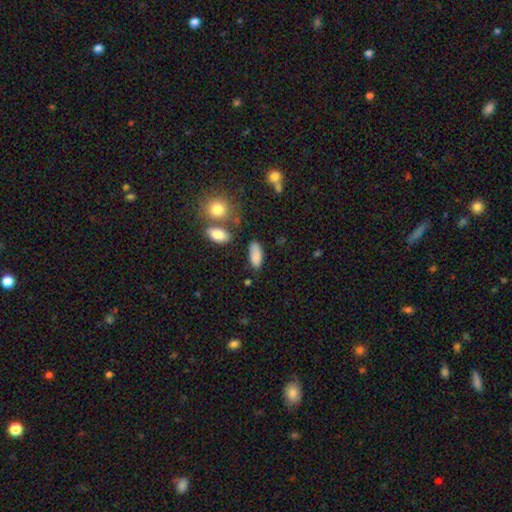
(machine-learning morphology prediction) A smooth galaxy with no disk features (86%) that is in between round and cigar-shaped (85%).

Vote fractions:
- Smooth or featured? smooth: 86% / star or artifact: 8% / featured or disk: 7%
- How rounded? in between: 85% / cigar-shaped: 12% / round: 3%
- Merging? none: 66% / minor disturbance: 20% / merger: 8% / major disturbance: 6%